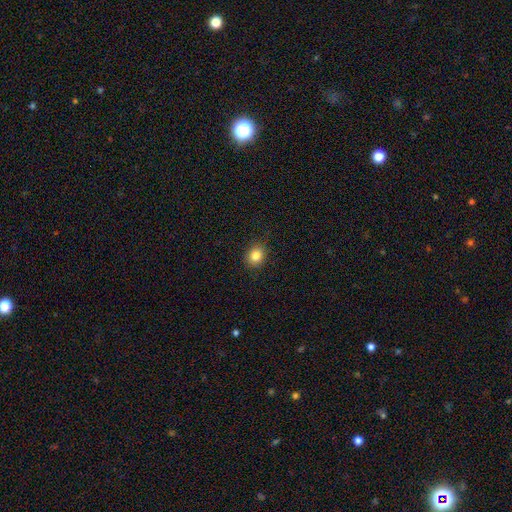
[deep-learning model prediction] Overall: smooth (84%). How rounded: round (71%). Merging: none (87%).